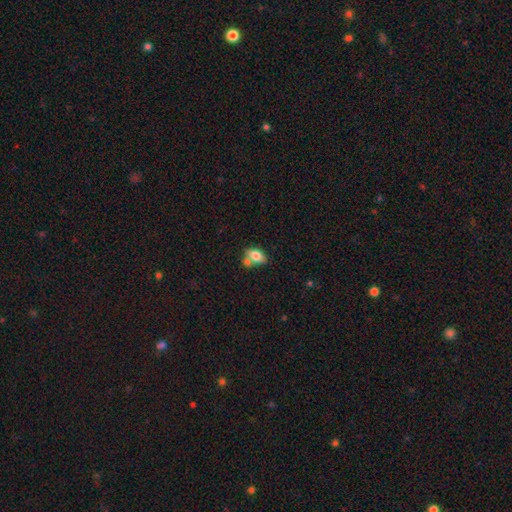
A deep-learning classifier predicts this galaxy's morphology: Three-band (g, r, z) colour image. It shows a smooth galaxy with no disk features (75%) that is in between round and cigar-shaped (87%). Merging: none (45%).